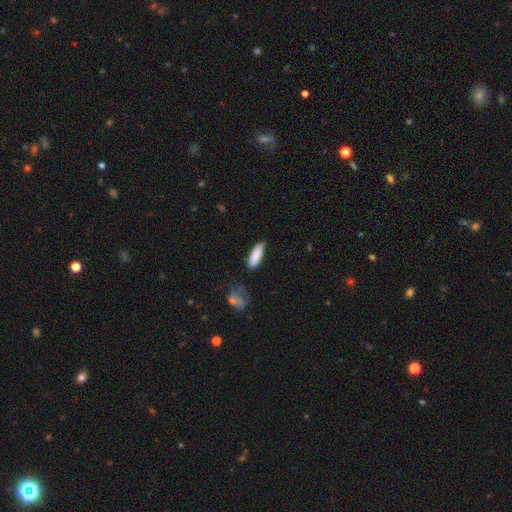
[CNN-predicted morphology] Smooth or featured?
  - smooth: 86% *
  - featured or disk: 7%
  - star or artifact: 6%
How rounded?
  - in between: 51% *
  - cigar-shaped: 47%
  - round: 2%
Merging?
  - none: 72% *
  - minor disturbance: 20%
  - major disturbance: 5%
  - merger: 3%